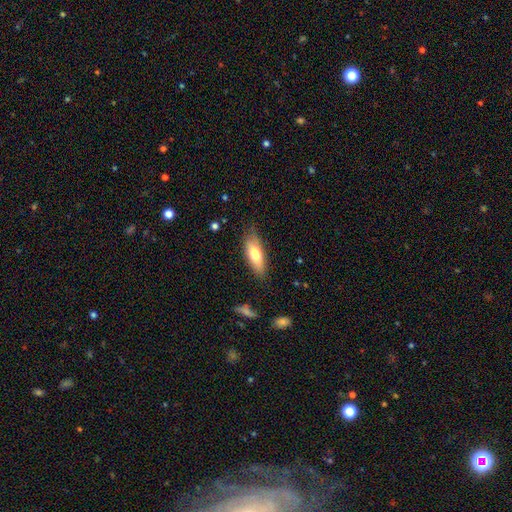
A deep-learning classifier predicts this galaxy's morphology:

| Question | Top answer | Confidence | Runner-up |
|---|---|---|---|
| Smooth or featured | smooth | 71% | featured or disk (22%) |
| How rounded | in between | 65% | cigar-shaped (33%) |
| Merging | none | 72% | minor disturbance (21%) |